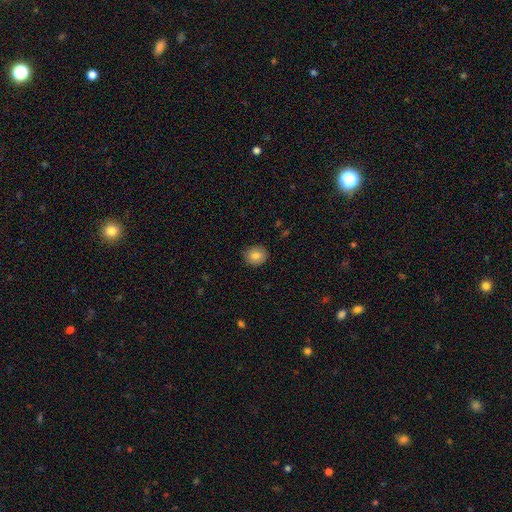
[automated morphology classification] Q: Smooth or featured?
A: smooth (84%); runner-up: star or artifact (8%)
Q: How rounded?
A: round (73%); runner-up: in between (26%)
Q: Merging?
A: none (88%); runner-up: minor disturbance (9%)